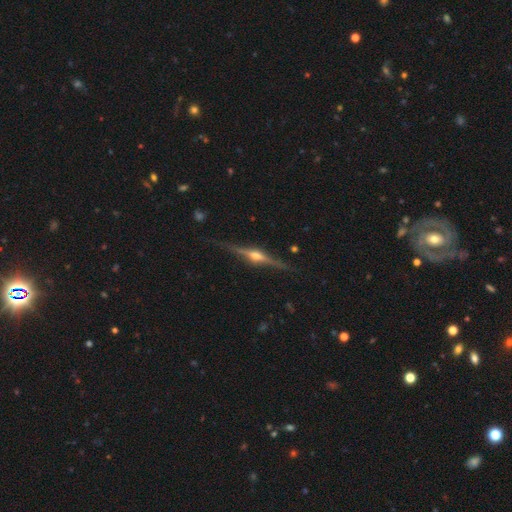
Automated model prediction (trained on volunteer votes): smooth-or-featured: featured or disk: 85% | smooth: 9% | star or artifact: 6%
  disk-edge-on: yes: 98% | no: 2%
    edge-on-bulge: rounded: 93% | boxy: 5% | none: 2%
  merging: none: 87% | minor disturbance: 10% | major disturbance: 2% | merger: 1%